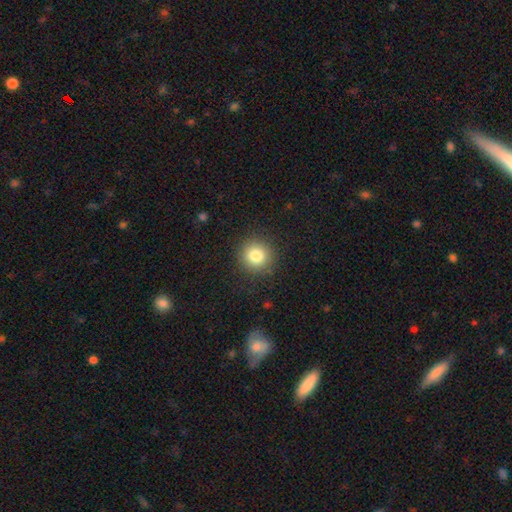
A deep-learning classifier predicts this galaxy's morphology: Smooth or featured? smooth (82%)
How rounded? round (93%)
Merging? none (90%)